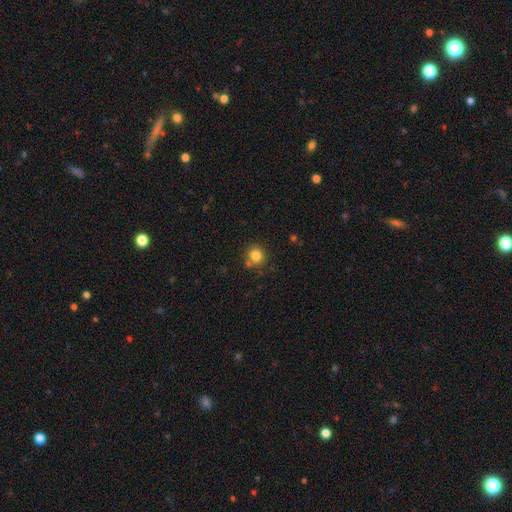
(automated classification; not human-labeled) The model was most divided on "merging": none: 77%, minor disturbance: 10%, merger: 9%, major disturbance: 3%. More confident: how rounded — round (86%); smooth or featured — smooth (82%).